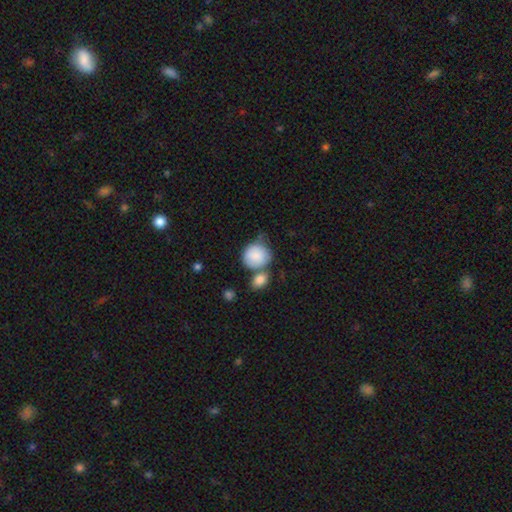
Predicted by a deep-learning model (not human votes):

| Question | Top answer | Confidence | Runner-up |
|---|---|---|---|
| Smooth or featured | smooth | 85% | featured or disk (8%) |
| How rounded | round | 82% | in between (17%) |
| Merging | none | 45% | merger (29%) |